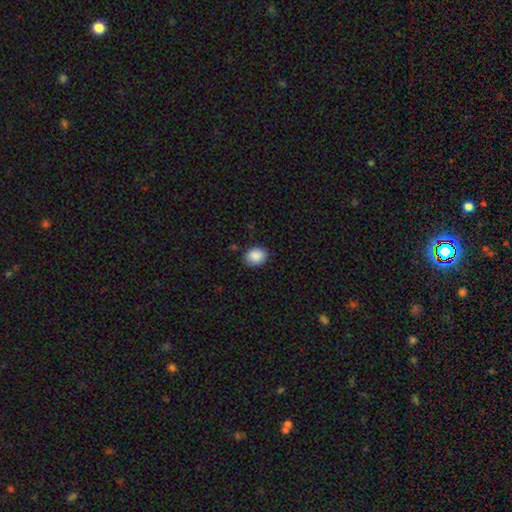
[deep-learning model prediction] smooth_or_featured: smooth (p=0.89) [alt: star or artifact p=0.08]
how_rounded: in between (p=0.56) [alt: round p=0.43]
merging: none (p=0.84) [alt: minor disturbance p=0.12]